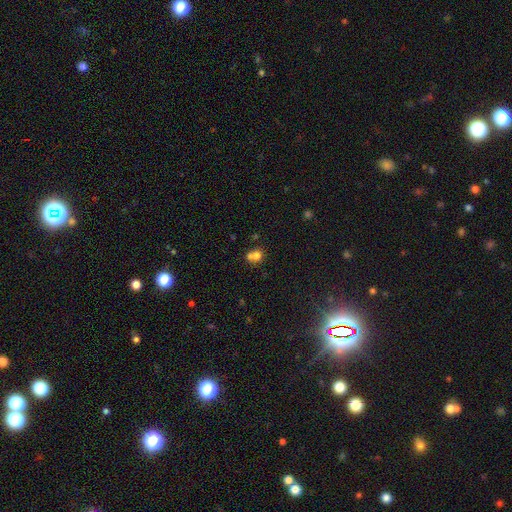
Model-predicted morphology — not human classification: This appears to be a smooth galaxy with no disk features (72%) that is round (76%). Merging: merger (52%).